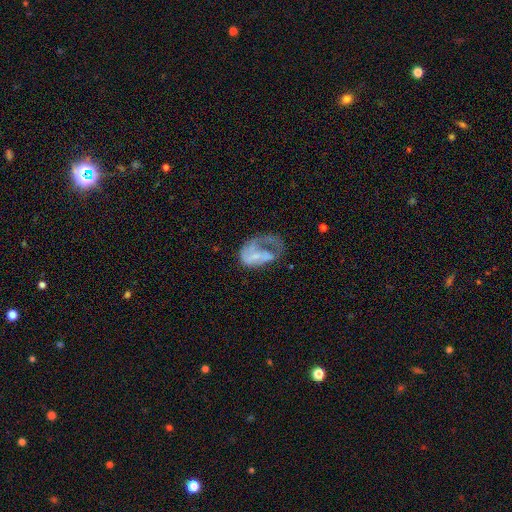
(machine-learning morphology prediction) featured or disk 60%, smooth 32%, star or artifact 9%. Down the decision tree: edge-on disk — no (98%); bar — no (68%); spiral arms — yes (52%); bulge size — small (41%); merging — major disturbance (58%).